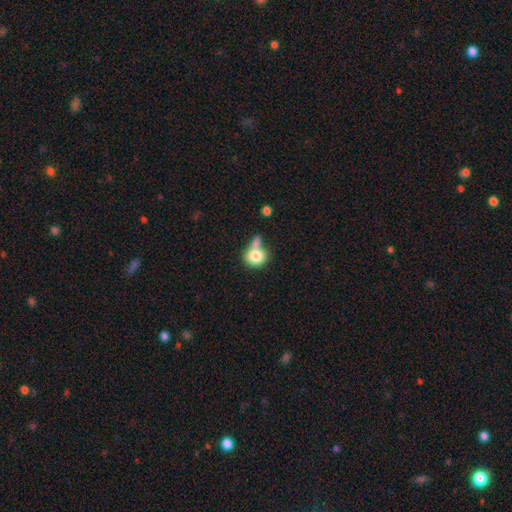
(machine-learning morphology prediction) Smooth or featured? smooth (79%)
How rounded? round (70%)
Merging? merger (39%)